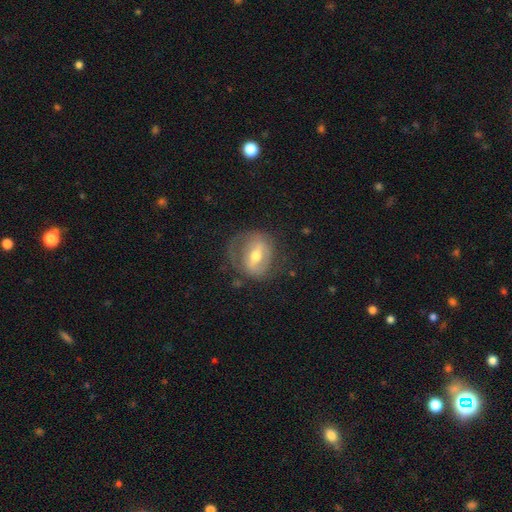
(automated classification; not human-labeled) A featured or disk galaxy (63%) with a strong bar (44%), no spiral arms (50%, tied with yes) and a moderate central bulge (72%).

Vote fractions:
- Smooth or featured? featured or disk: 63% / smooth: 30% / star or artifact: 7%
- Edge-on disk? no: 93% / yes: 7%
- Bar? strong: 44% / weak: 37% / no: 19%
- Spiral arms? no: 50% (tied) / yes: 50% (tied)
- Bulge size? moderate: 72% / small: 20% / large: 7% / none: 1% / dominant: 1%
- Merging? none: 60% / minor disturbance: 22% / major disturbance: 17% / merger: 2%